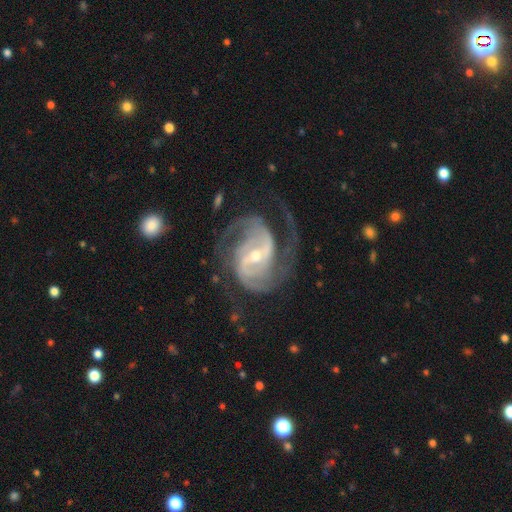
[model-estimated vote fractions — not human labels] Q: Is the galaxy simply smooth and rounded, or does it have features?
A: featured or disk — 93%.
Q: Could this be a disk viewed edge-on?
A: no — 98%.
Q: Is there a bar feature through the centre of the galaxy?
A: weak — 44%.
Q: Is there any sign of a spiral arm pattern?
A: yes — 98%.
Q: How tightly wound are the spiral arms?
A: medium — 54%.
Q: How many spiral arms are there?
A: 2 — 71%.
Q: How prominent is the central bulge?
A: small — 51%.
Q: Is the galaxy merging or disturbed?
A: none — 64%.